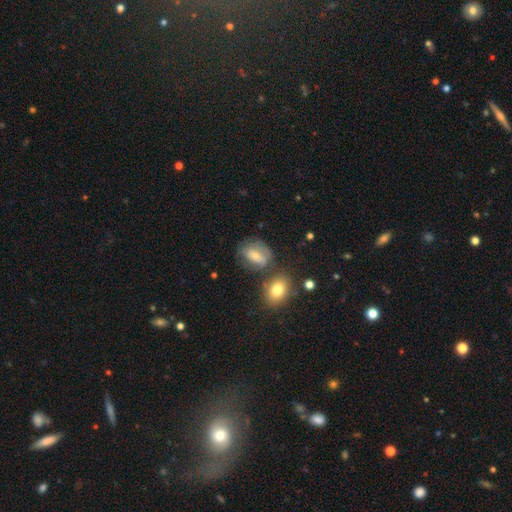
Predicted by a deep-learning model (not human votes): A smooth galaxy with no disk features (59%) that is in between round and cigar-shaped (75%).

Vote fractions:
- Smooth or featured? smooth: 59% / featured or disk: 31% / star or artifact: 9%
- How rounded? in between: 75% / round: 23% / cigar-shaped: 2%
- Merging? none: 52% / minor disturbance: 22% / merger: 16% / major disturbance: 10%